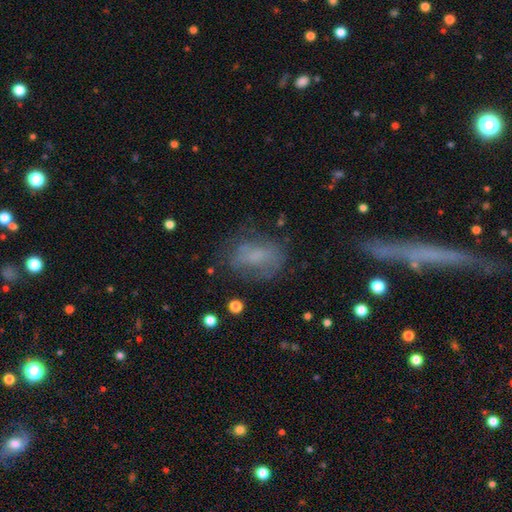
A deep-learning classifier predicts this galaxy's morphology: smooth-or-featured: smooth: 58% | featured or disk: 29% | star or artifact: 14%
  how-rounded: in between: 78% | round: 19% | cigar-shaped: 3%
  merging: none: 57% | minor disturbance: 23% | major disturbance: 17% | merger: 3%